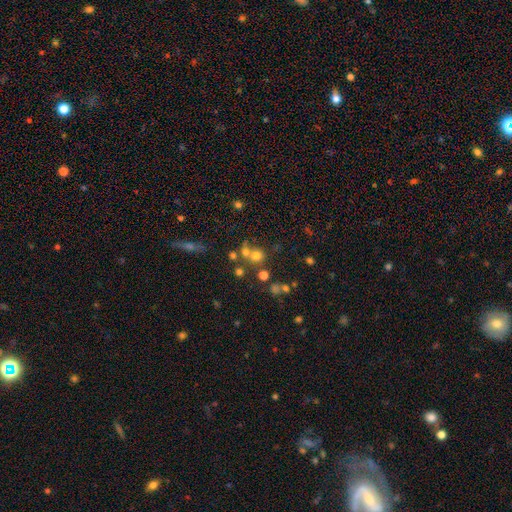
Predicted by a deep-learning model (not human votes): Smooth or featured: smooth — 66% (star or artifact — 21%)
How rounded: round — 86% (in between — 13%)
Merging: none — 54% (merger — 32%)